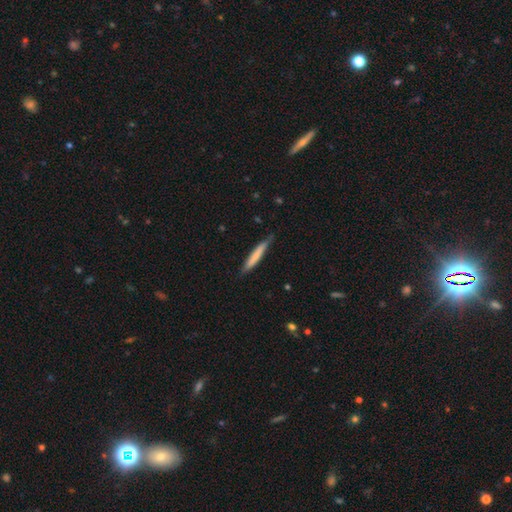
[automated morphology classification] smooth-or-featured: smooth: 71% | featured or disk: 24% | star or artifact: 5%
  how-rounded: cigar-shaped: 95% | in between: 4% | round: 1%
  merging: none: 81% | minor disturbance: 16% | major disturbance: 2% | merger: 1%